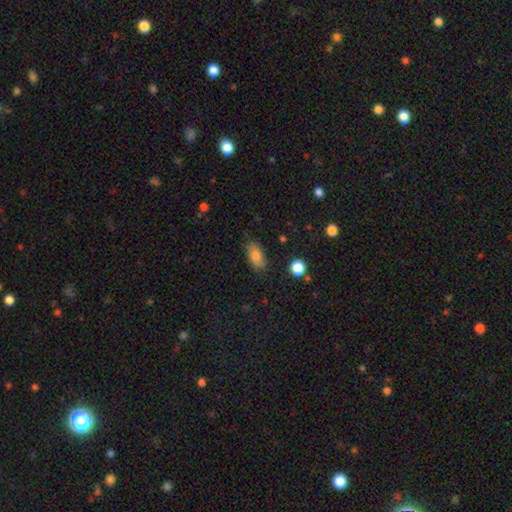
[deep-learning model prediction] Smooth or featured?
  - smooth: 82% *
  - featured or disk: 10%
  - star or artifact: 8%
How rounded?
  - in between: 89% *
  - round: 6%
  - cigar-shaped: 5%
Merging?
  - none: 79% *
  - minor disturbance: 16%
  - major disturbance: 3%
  - merger: 2%